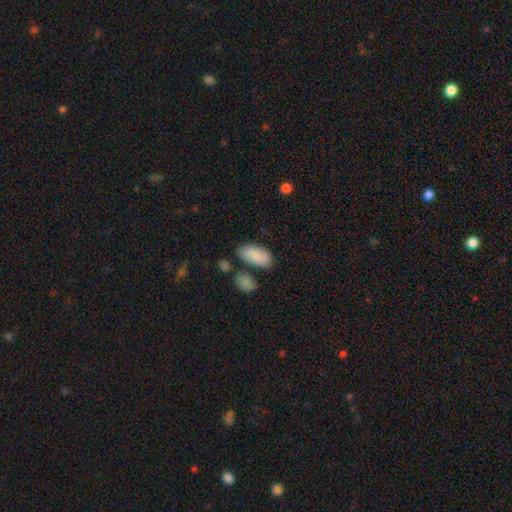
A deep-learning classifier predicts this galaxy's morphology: This is clearly a smooth galaxy (86%). How rounded: clearly in between (93%). Merging: likely none (69%).